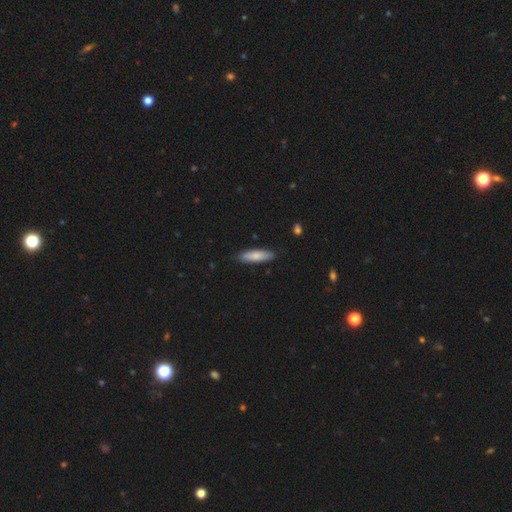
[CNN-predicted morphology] This is clearly a smooth galaxy (80%). How rounded: likely cigar-shaped (64%). Merging: clearly none (86%).